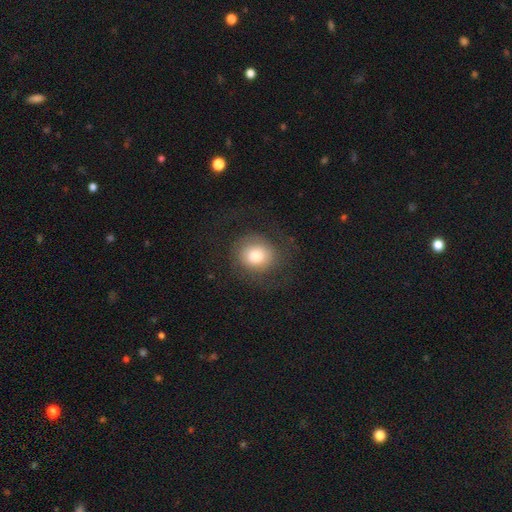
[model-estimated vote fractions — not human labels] Overall: smooth (60%; featured or disk 30%). How rounded: round (81%). Merging: none (69%).